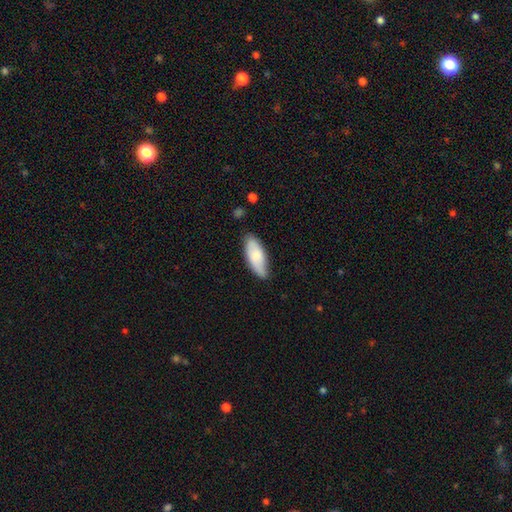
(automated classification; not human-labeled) smooth-or-featured: smooth: 78% | featured or disk: 16% | star or artifact: 6%
  how-rounded: in between: 78% | cigar-shaped: 21% | round: 2%
  merging: none: 77% | minor disturbance: 19% | major disturbance: 3% | merger: 2%